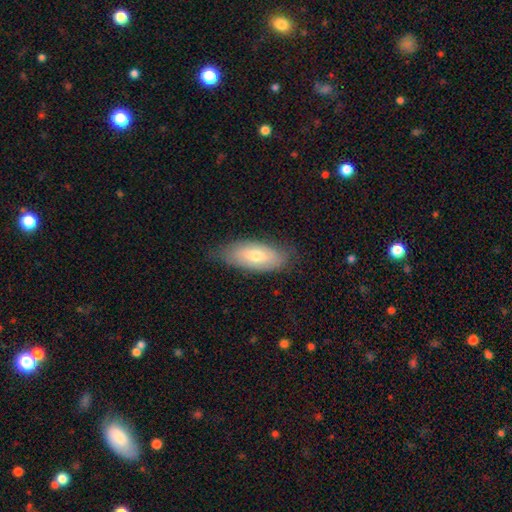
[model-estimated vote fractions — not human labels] This is likely a smooth galaxy (64%). How rounded: clearly in between (85%). Merging: likely none (74%).